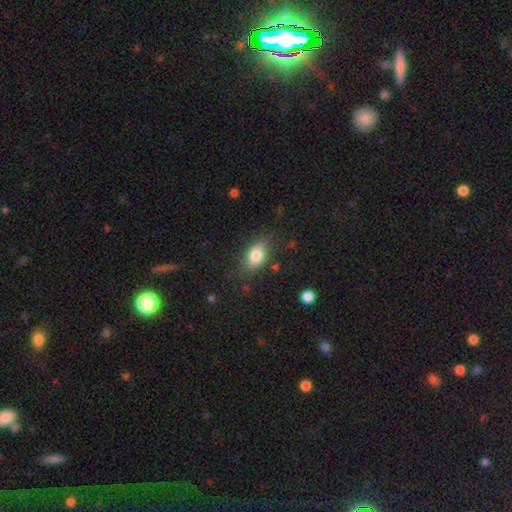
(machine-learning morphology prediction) smooth_or_featured: smooth (p=0.82) [alt: featured or disk p=0.10]
how_rounded: in between (p=0.87) [alt: round p=0.10]
merging: none (p=0.80) [alt: minor disturbance p=0.14]